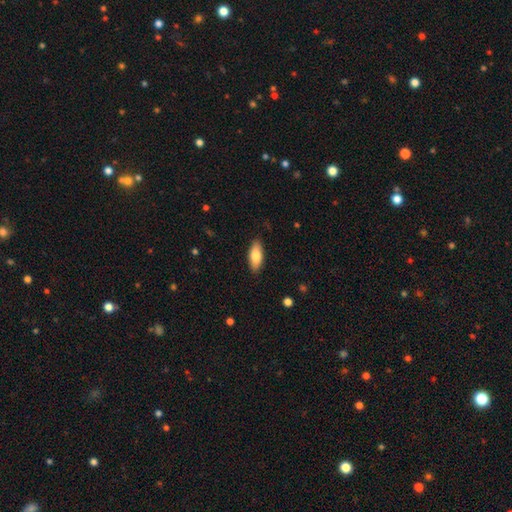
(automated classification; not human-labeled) smooth-or-featured: smooth: 81% | featured or disk: 13% | star or artifact: 6%
  how-rounded: in between: 83% | cigar-shaped: 15% | round: 2%
  merging: none: 88% | minor disturbance: 9% | major disturbance: 2% | merger: 1%